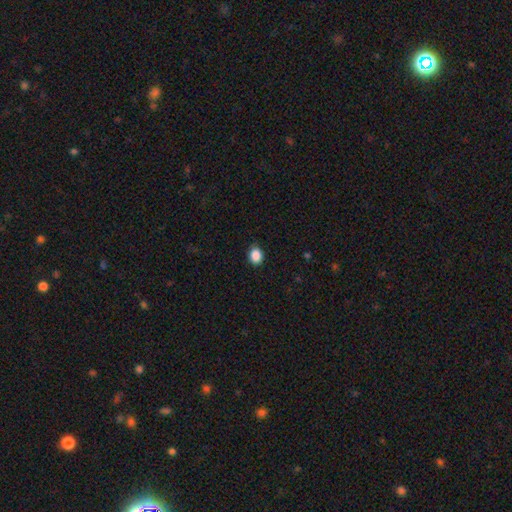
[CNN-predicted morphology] Smooth or featured? Predicted: smooth (p=0.88). How rounded? Predicted: round (p=0.55). Merging? Predicted: none (p=0.84).